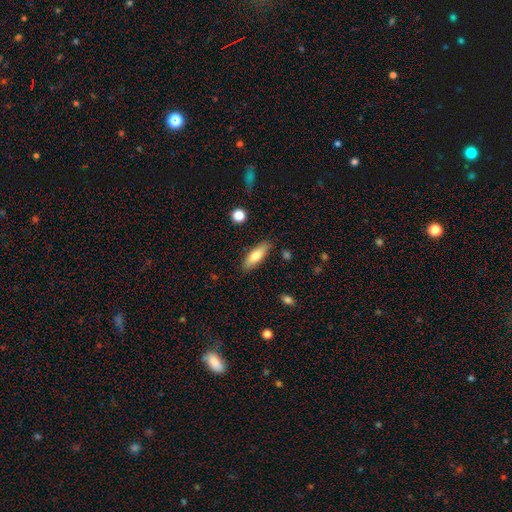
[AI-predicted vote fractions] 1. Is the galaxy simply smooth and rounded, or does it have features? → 74% smooth, 20% featured or disk, 6% star or artifact.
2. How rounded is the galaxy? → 58% in between, 40% cigar-shaped, 2% round.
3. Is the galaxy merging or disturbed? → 84% none, 12% minor disturbance, 3% major disturbance, 2% merger.